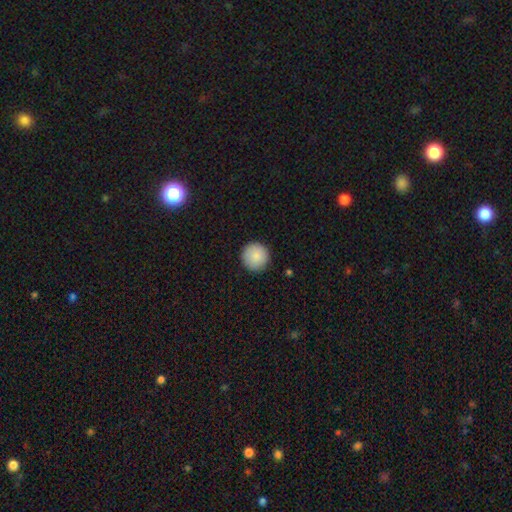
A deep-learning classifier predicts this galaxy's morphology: A smooth galaxy with no disk features (88%) that is round (96%).

Vote fractions:
- Smooth or featured? smooth: 88% / star or artifact: 7% / featured or disk: 5%
- How rounded? round: 96% / in between: 3% / cigar-shaped: 1%
- Merging? none: 92% / minor disturbance: 6% / major disturbance: 2% / merger: 1%